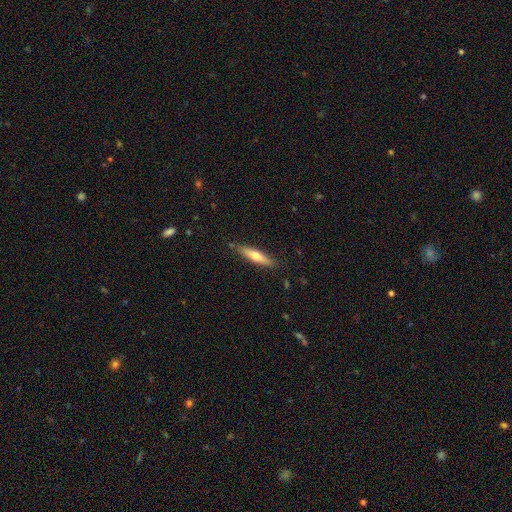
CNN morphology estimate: Q: Smooth or featured?
A: smooth (57%); runner-up: featured or disk (38%)
Q: How rounded?
A: cigar-shaped (78%); runner-up: in between (20%)
Q: Merging?
A: none (85%); runner-up: minor disturbance (11%)